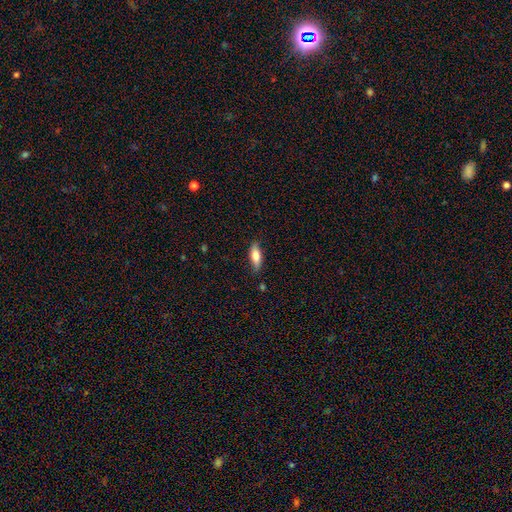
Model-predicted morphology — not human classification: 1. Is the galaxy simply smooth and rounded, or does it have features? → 76% smooth, 17% featured or disk, 6% star or artifact.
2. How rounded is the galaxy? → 65% in between, 33% cigar-shaped, 2% round.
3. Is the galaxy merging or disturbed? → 80% none, 16% minor disturbance, 3% major disturbance, 1% merger.